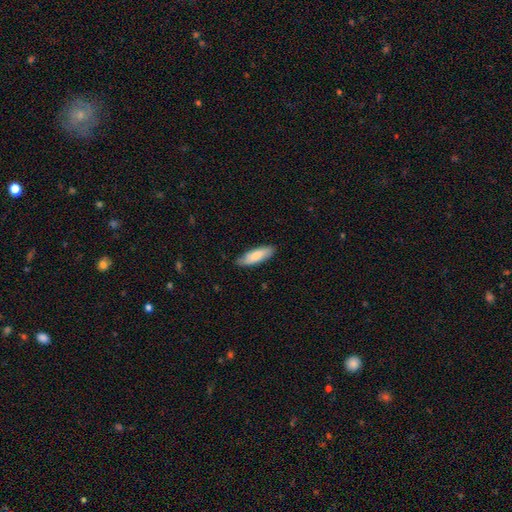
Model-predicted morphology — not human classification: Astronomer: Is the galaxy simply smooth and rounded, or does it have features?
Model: smooth — 78%.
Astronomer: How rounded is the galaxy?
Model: in between — 58% (runner-up: cigar-shaped, 40%).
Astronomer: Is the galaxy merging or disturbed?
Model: none — 84%.